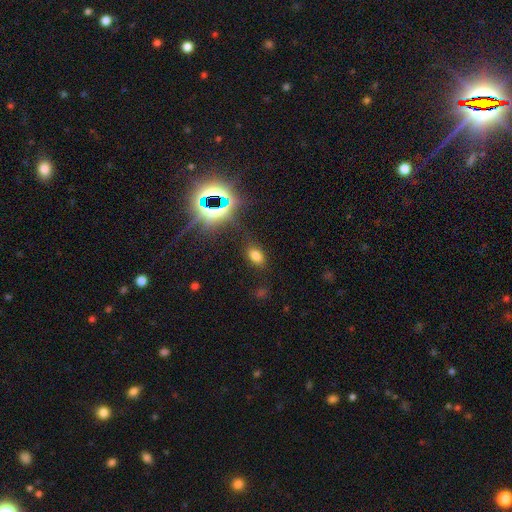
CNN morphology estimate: A smooth galaxy with no disk features (69%) that is in between round and cigar-shaped (87%). Merging: none (79%).